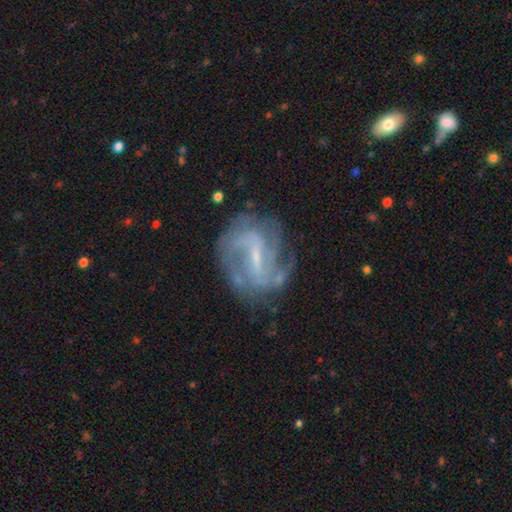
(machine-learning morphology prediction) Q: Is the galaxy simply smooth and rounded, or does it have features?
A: featured or disk — 85%.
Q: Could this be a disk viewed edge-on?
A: no — 97%.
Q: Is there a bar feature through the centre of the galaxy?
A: strong — 47%.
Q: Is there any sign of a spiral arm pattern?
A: yes — 92%.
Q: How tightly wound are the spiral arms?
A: medium — 47%.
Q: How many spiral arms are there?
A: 2 — 57%.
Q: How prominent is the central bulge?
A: small — 62%.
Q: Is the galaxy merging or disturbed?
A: none — 68%.